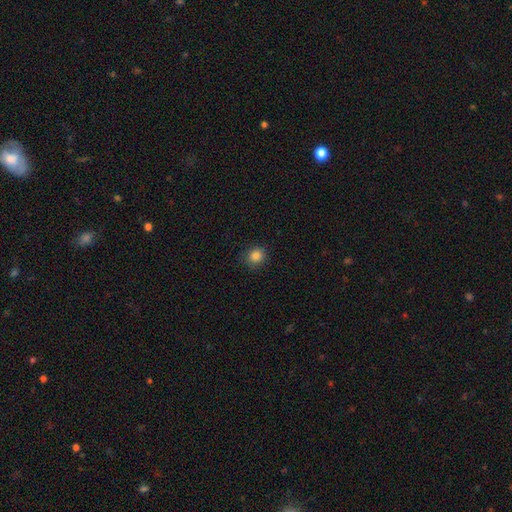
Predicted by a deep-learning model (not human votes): Smooth or featured? smooth (84%)
How rounded? round (83%)
Merging? none (87%)